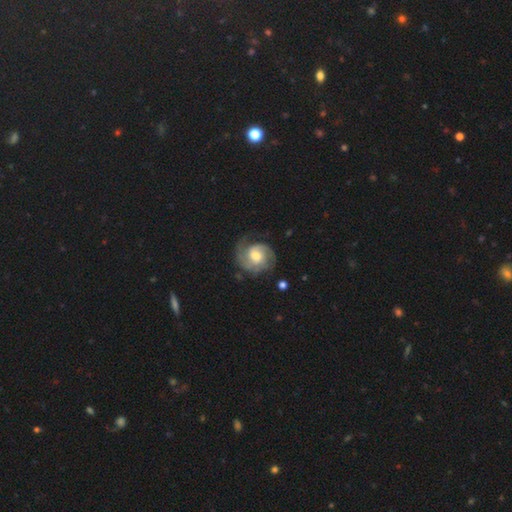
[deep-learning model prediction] Morphology: type=featured or disk (85%); edge-on=no (98%); bar=no (52%); spiral arms=yes (97%); winding=tight (48%); arm count=2 (69%); bulge=moderate (64%); merging=none (70%).